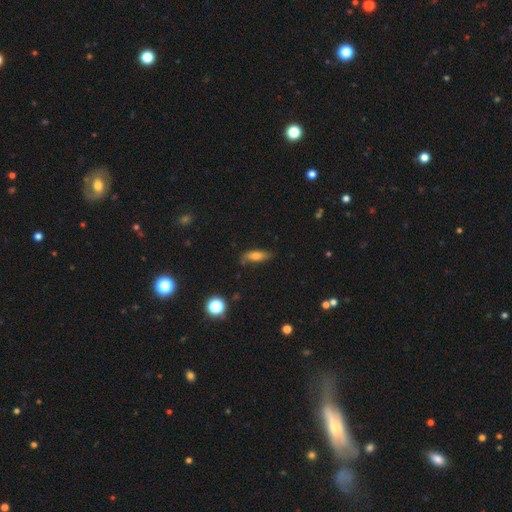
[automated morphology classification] Smooth or featured: smooth — 69% (featured or disk — 22%)
How rounded: in between — 52% (cigar-shaped — 44%)
Merging: none — 70% (minor disturbance — 22%)